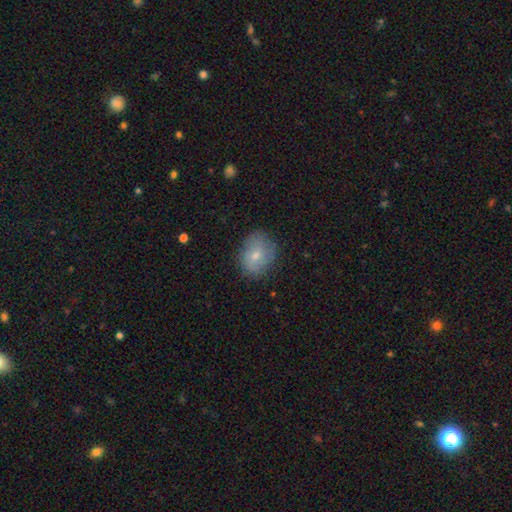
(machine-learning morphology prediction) This appears to be a smooth galaxy with no disk features (72%) that is in between round and cigar-shaped (55%). Merging: none (75%).